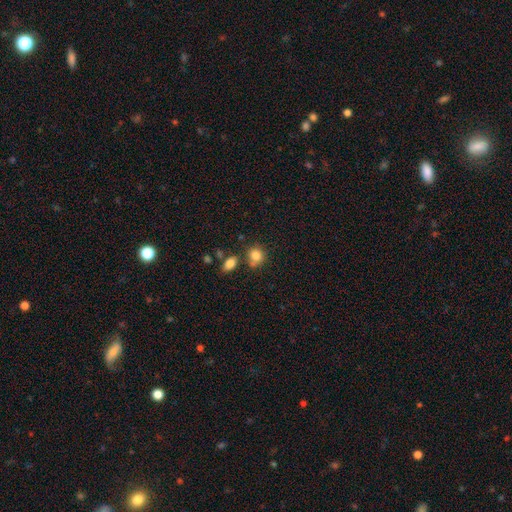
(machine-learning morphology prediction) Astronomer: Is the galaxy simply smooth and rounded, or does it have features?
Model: smooth — 83%.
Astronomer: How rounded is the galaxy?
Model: round — 76%.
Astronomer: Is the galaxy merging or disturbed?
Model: none — 62%.